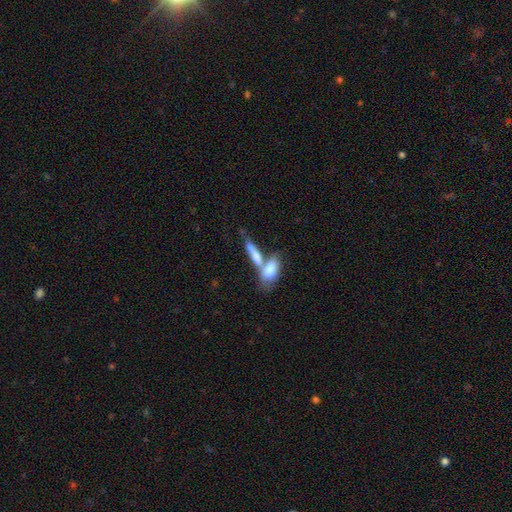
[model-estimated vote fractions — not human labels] Smooth or featured: smooth — 69% (featured or disk — 25%)
How rounded: in between — 59% (cigar-shaped — 37%)
Merging: merger — 59% (none — 27%)